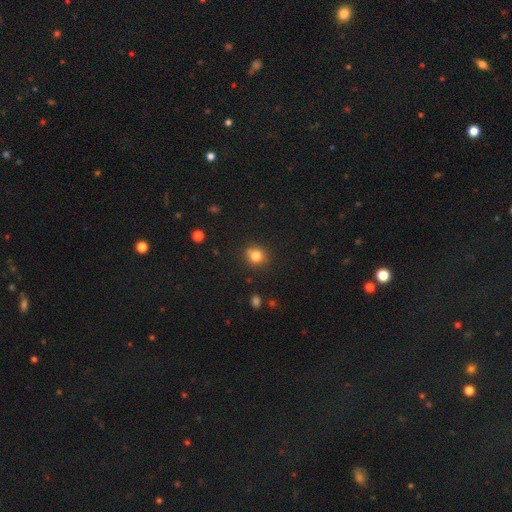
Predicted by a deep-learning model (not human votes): A smooth galaxy with no disk features (81%) that is round (80%).

Vote fractions:
- Smooth or featured? smooth: 81% / star or artifact: 12% / featured or disk: 7%
- How rounded? round: 80% / in between: 19% / cigar-shaped: 1%
- Merging? none: 80% / minor disturbance: 13% / merger: 4% / major disturbance: 3%